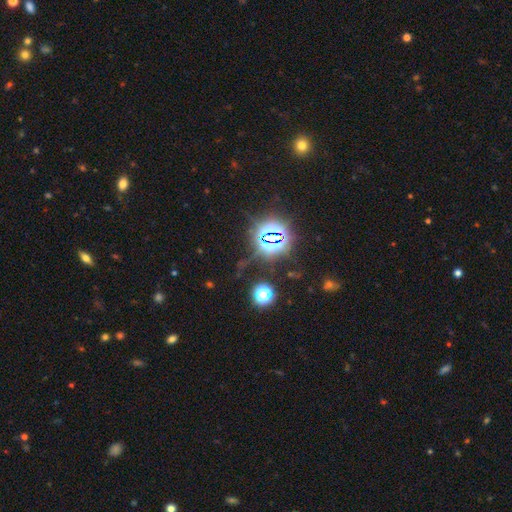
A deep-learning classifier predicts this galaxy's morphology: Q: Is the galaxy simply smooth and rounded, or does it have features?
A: star or artifact — 80%.